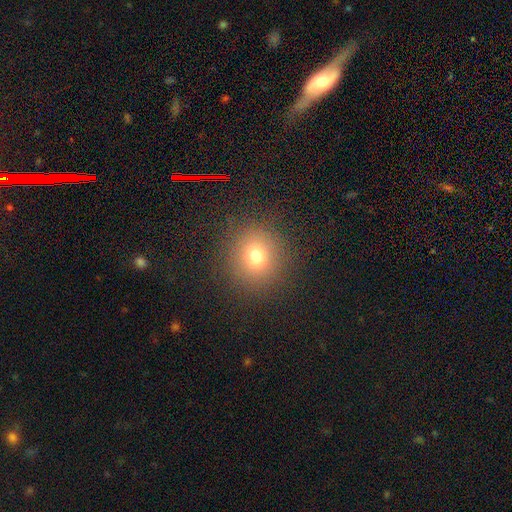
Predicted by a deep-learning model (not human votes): A smooth galaxy with no disk features (73%) that is round (85%).

Vote fractions:
- Smooth or featured? smooth: 73% / star or artifact: 17% / featured or disk: 9%
- How rounded? round: 85% / in between: 14% / cigar-shaped: 1%
- Merging? none: 88% / minor disturbance: 7% / major disturbance: 4% / merger: 1%